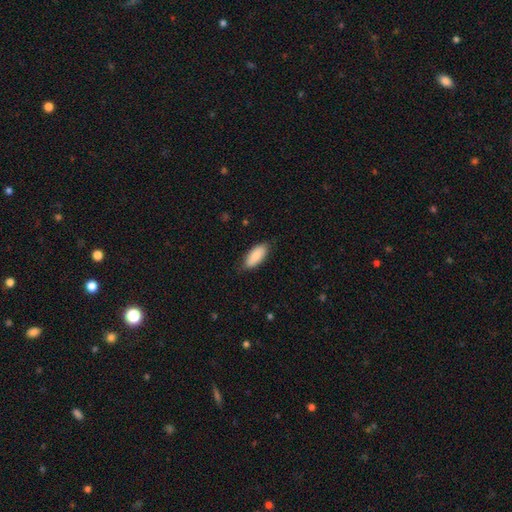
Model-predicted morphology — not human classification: Smooth or featured: smooth — 87% (featured or disk — 7%)
How rounded: in between — 86% (cigar-shaped — 12%)
Merging: none — 80% (minor disturbance — 16%)